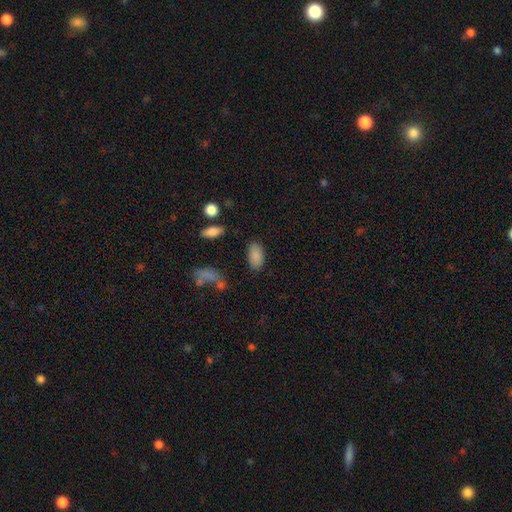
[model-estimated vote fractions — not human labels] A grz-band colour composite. It shows a smooth galaxy with no disk features (86%) that is in between round and cigar-shaped (94%). Merging: none (80%).